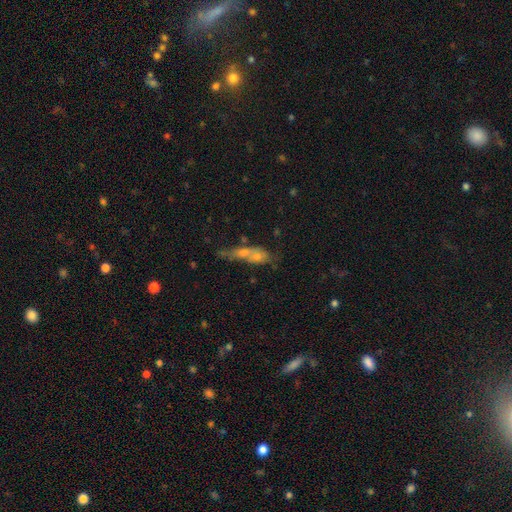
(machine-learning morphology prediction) Q: Smooth or featured?
A: smooth (45%); runner-up: featured or disk (37%)
Q: Merging?
A: merger (41%); runner-up: none (31%)